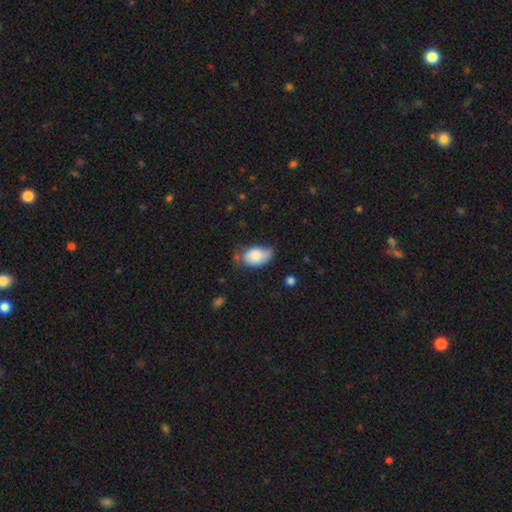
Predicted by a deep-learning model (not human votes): Smooth or featured: smooth — 78% (featured or disk — 15%)
How rounded: in between — 91% (round — 8%)
Merging: none — 42% (minor disturbance — 41%)